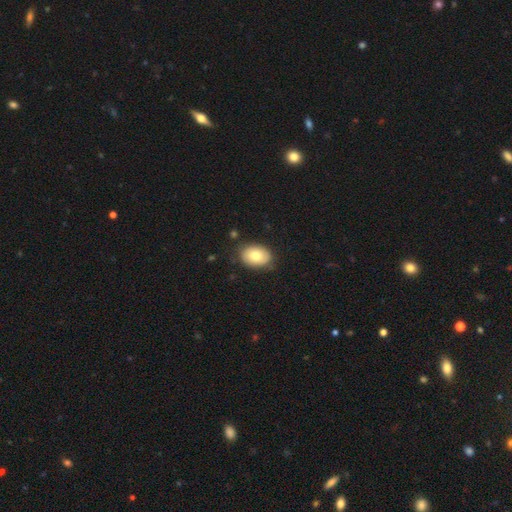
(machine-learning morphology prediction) A smooth galaxy with no disk features (77%) that is in between round and cigar-shaped (77%). Merging: none (80%).